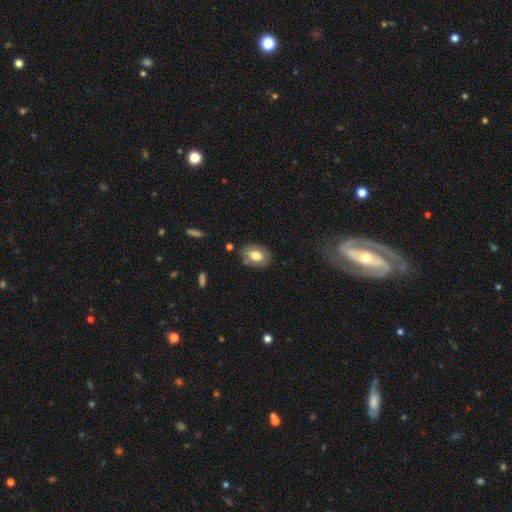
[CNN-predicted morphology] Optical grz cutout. It shows a smooth galaxy with no disk features (74%) that is in between round and cigar-shaped (79%). Merging: none (81%).